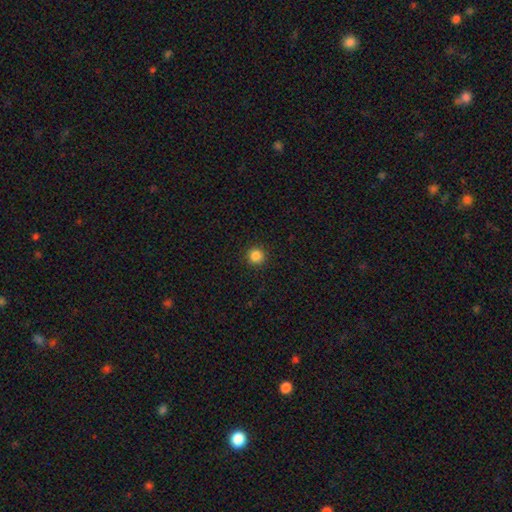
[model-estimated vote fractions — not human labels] This appears to be a smooth galaxy with no disk features (86%) that is round (95%). Merging: none (93%).